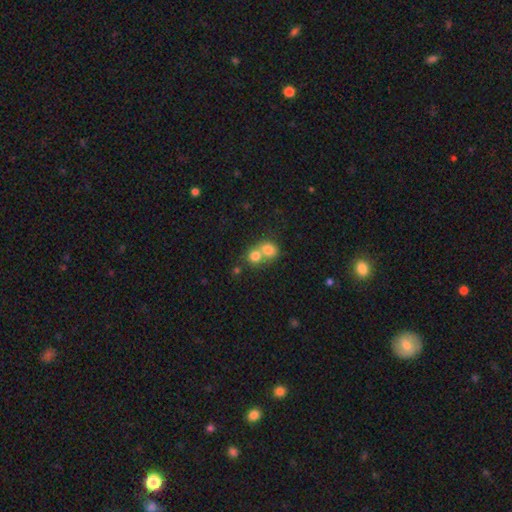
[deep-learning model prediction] Morphology: type=smooth (77%); roundness=round (78%); merging=merger (62%).